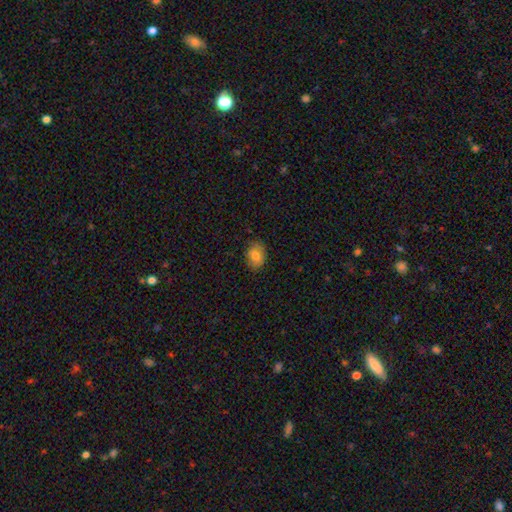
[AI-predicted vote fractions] This is clearly a smooth galaxy (80%). How rounded: likely in between (75%). Merging: clearly none (83%).